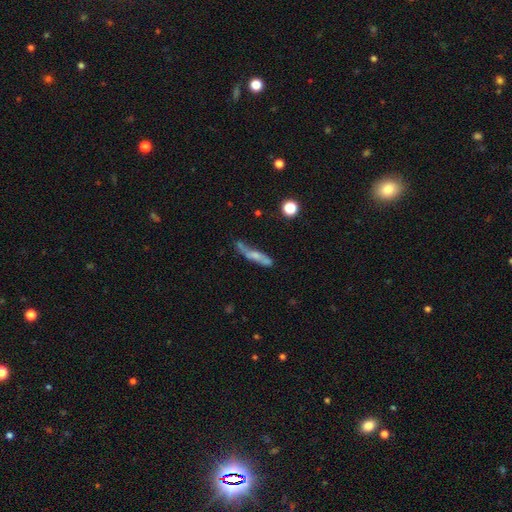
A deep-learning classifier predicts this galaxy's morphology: A featured or disk galaxy (48%).

Vote fractions:
- Smooth or featured? featured or disk: 48% / smooth: 43% / star or artifact: 9%
- Merging? none: 51% / minor disturbance: 26% / major disturbance: 13% / merger: 10%